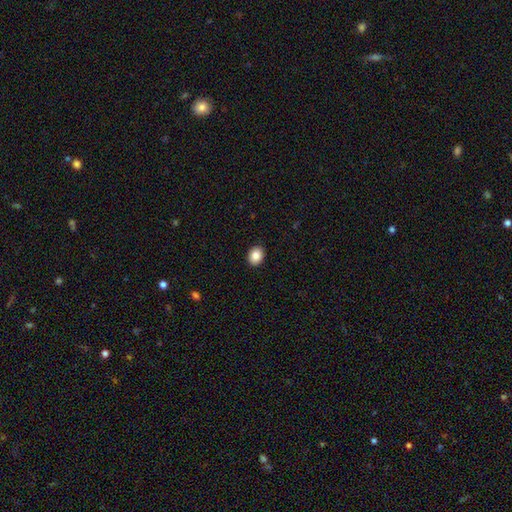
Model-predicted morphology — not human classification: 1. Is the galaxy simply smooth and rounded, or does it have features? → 86% smooth, 9% star or artifact, 5% featured or disk.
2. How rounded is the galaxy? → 55% in between, 44% round, 1% cigar-shaped.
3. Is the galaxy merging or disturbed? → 91% none, 6% minor disturbance, 2% major disturbance, 1% merger.